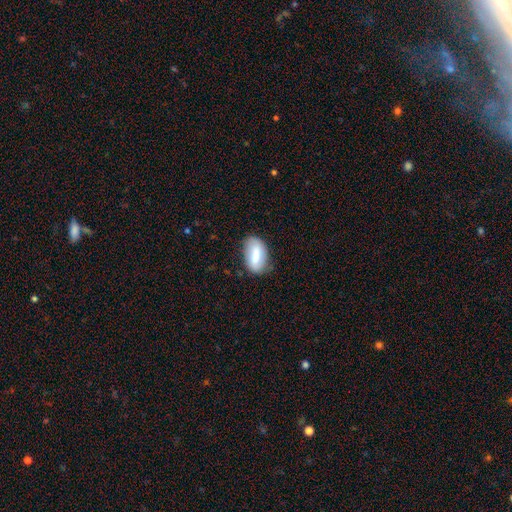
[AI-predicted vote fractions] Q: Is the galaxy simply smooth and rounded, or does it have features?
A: smooth — 69%.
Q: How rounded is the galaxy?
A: in between — 91%.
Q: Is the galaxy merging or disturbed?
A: none — 75%.